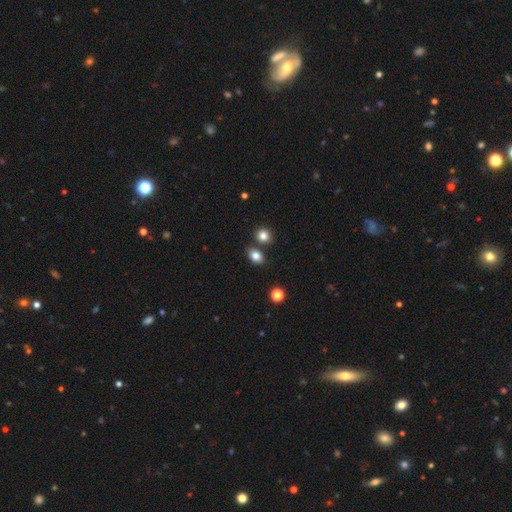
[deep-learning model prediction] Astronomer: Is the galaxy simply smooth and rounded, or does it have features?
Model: smooth — 81%.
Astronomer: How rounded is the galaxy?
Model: in between — 64%.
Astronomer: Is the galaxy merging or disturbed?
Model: none — 74%.